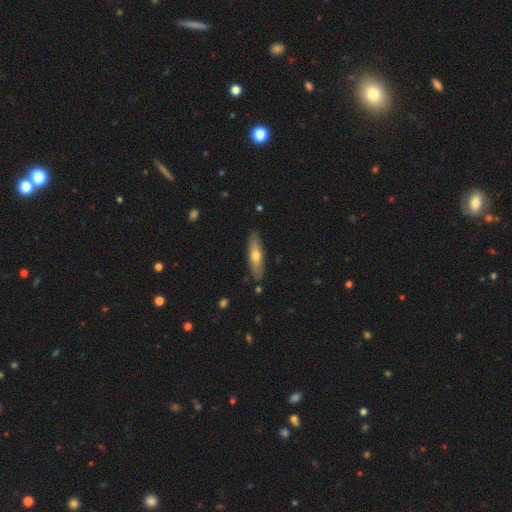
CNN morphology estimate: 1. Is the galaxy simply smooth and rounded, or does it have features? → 55% smooth, 40% featured or disk, 6% star or artifact.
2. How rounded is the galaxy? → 67% cigar-shaped, 31% in between, 2% round.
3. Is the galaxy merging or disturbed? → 86% none, 10% minor disturbance, 2% major disturbance, 2% merger.